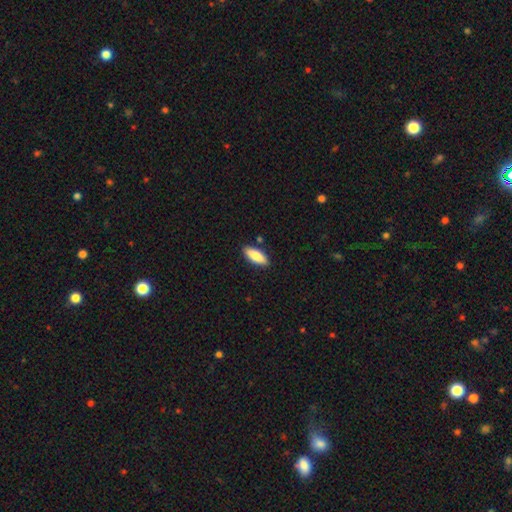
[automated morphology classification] This is clearly a smooth galaxy (83%). How rounded: likely in between (70%). Merging: clearly none (87%).